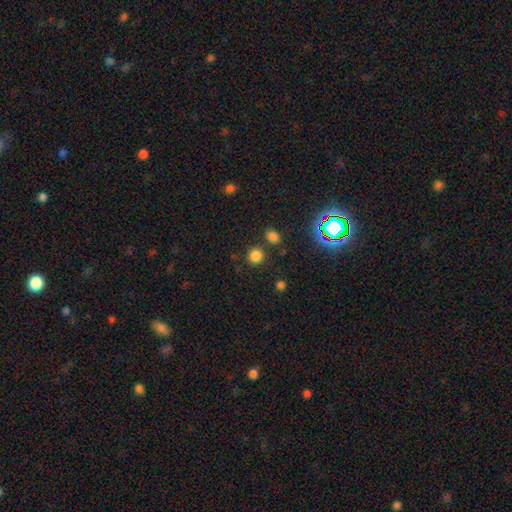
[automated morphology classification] smooth 80%, star or artifact 16%, featured or disk 4%. Down the decision tree: how rounded — round (88%); merging — none (82%).